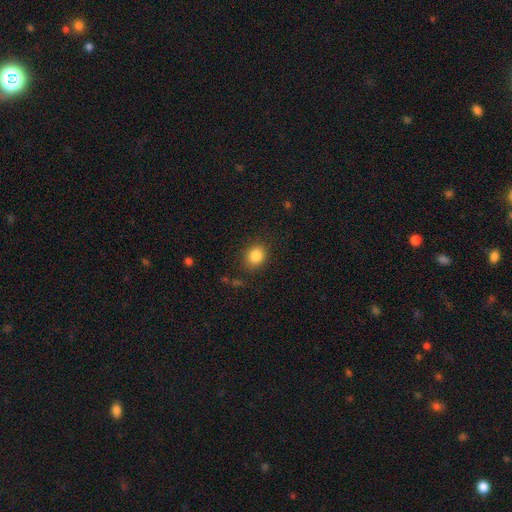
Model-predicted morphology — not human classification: type=smooth (85%); roundness=round (63%); merging=none (84%).